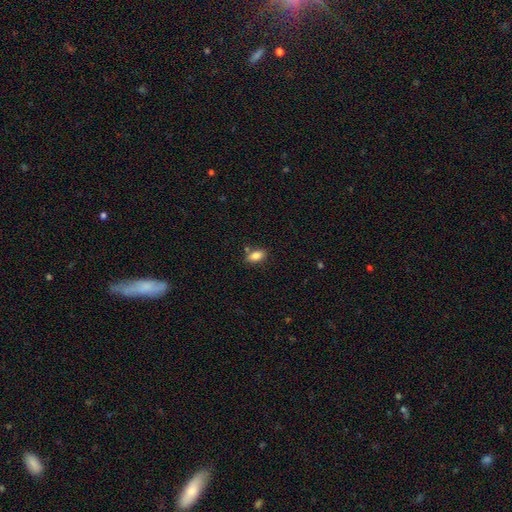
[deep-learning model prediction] Q: Smooth or featured?
A: smooth (85%); runner-up: star or artifact (9%)
Q: How rounded?
A: in between (89%); runner-up: round (7%)
Q: Merging?
A: none (74%); runner-up: minor disturbance (13%)